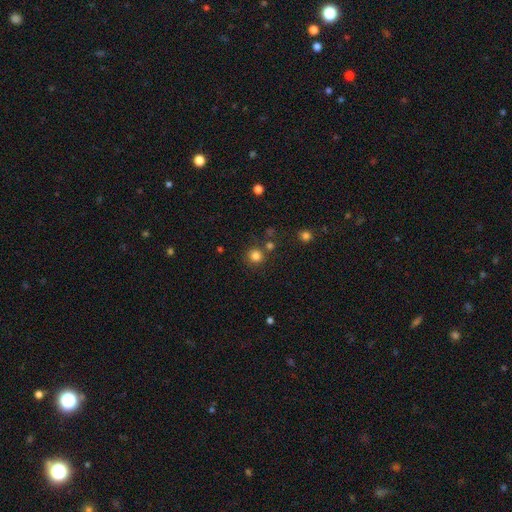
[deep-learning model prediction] Smooth or featured: smooth — 81% (star or artifact — 14%)
How rounded: round — 92% (in between — 7%)
Merging: none — 79% (merger — 9%)